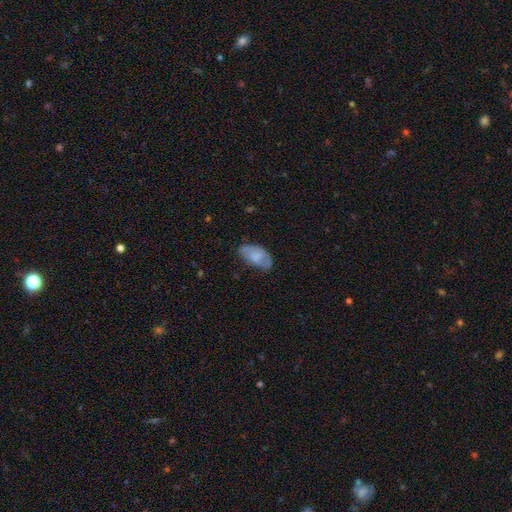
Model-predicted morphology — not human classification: This is likely a smooth galaxy (66%). How rounded: clearly in between (94%). Merging: possibly none (58%).